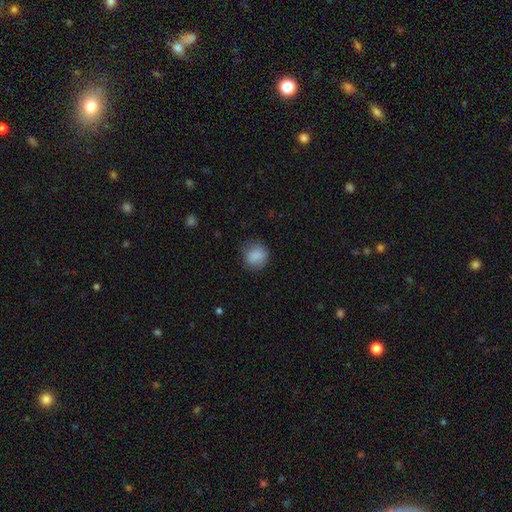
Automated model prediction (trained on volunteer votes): smooth-or-featured: smooth: 86% | star or artifact: 8% | featured or disk: 5%
  how-rounded: round: 80% | in between: 19% | cigar-shaped: 1%
  merging: none: 77% | minor disturbance: 17% | major disturbance: 5% | merger: 1%